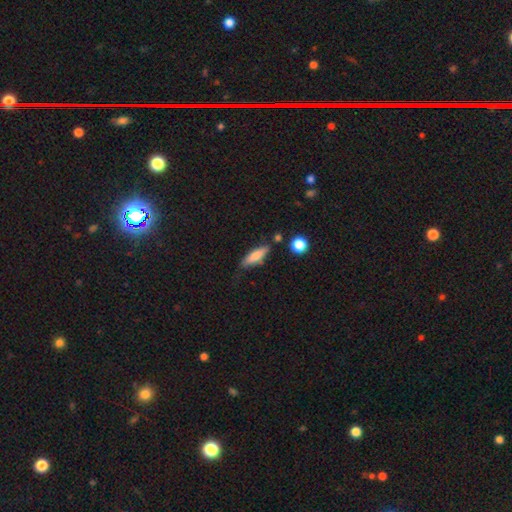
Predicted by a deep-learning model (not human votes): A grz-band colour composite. It shows a smooth galaxy with no disk features (71%) that is cigar-shaped (59%). Merging: none (70%).